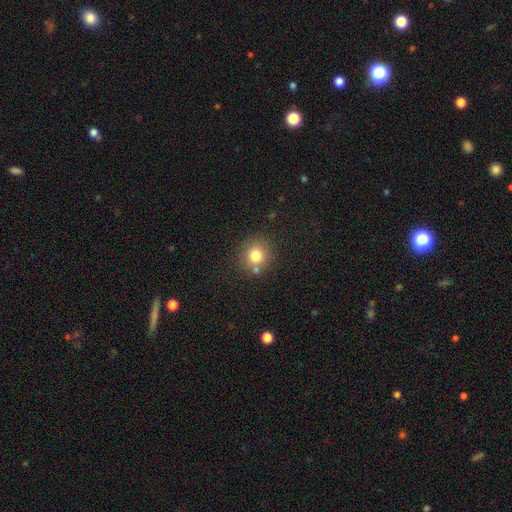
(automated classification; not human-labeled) Smooth or featured: smooth — 78% (star or artifact — 13%)
How rounded: round — 86% (in between — 13%)
Merging: none — 76% (minor disturbance — 11%)